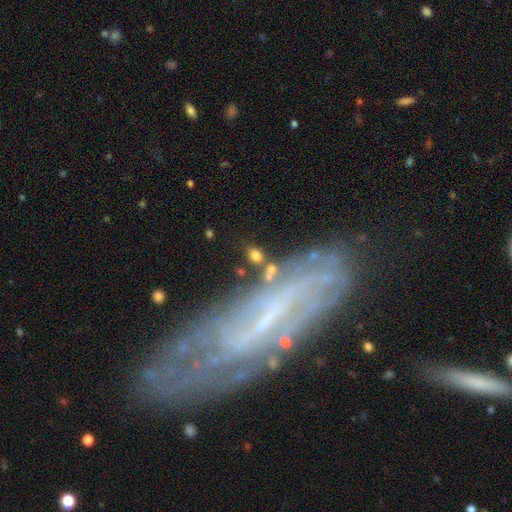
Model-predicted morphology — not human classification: A smooth galaxy with no disk features (71%) that is in between round and cigar-shaped (74%).

Vote fractions:
- Smooth or featured? smooth: 71% / featured or disk: 16% / star or artifact: 12%
- How rounded? in between: 74% / round: 20% / cigar-shaped: 6%
- Merging? none: 70% / minor disturbance: 14% / merger: 9% / major disturbance: 7%